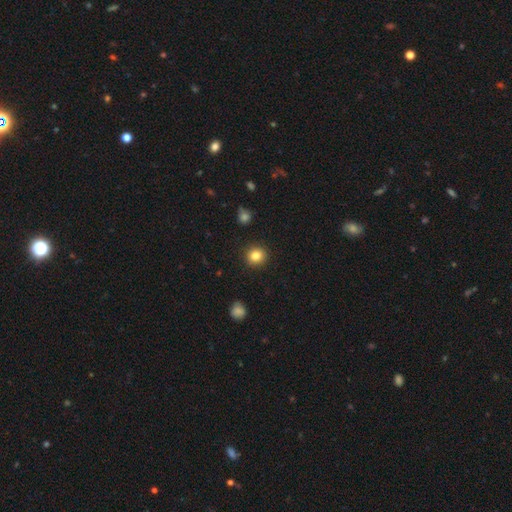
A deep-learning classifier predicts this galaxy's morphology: smooth-or-featured: smooth: 84% | star or artifact: 10% | featured or disk: 6%
  how-rounded: round: 88% | in between: 11% | cigar-shaped: 1%
  merging: none: 91% | minor disturbance: 6% | major disturbance: 2% | merger: 1%